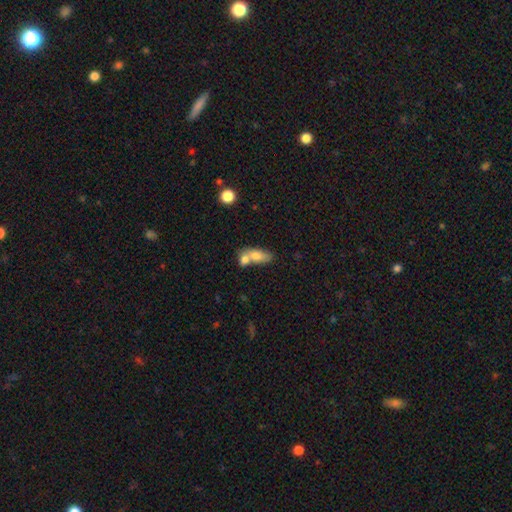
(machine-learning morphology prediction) smooth 75%, featured or disk 18%, star or artifact 8%. Down the decision tree: how rounded — in between (76%); merging — merger (52%).